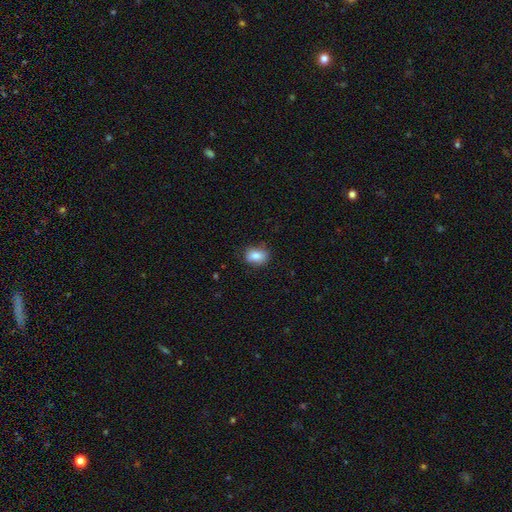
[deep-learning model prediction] Smooth or featured? Predicted: smooth (p=0.84). How rounded? Predicted: in between (p=0.67). Merging? Predicted: none (p=0.78).